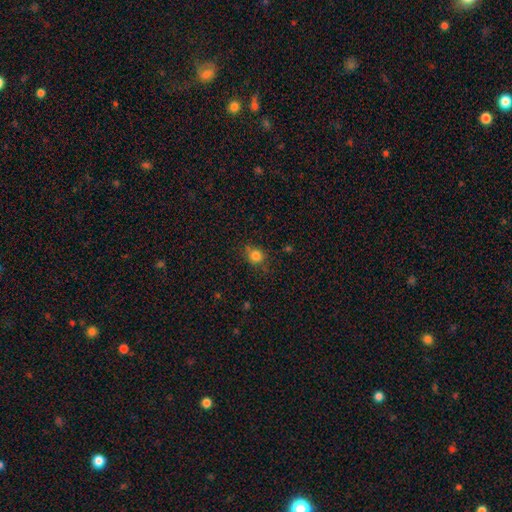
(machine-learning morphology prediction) This appears to be a smooth galaxy with no disk features (82%) that is round (80%). Merging: none (76%).